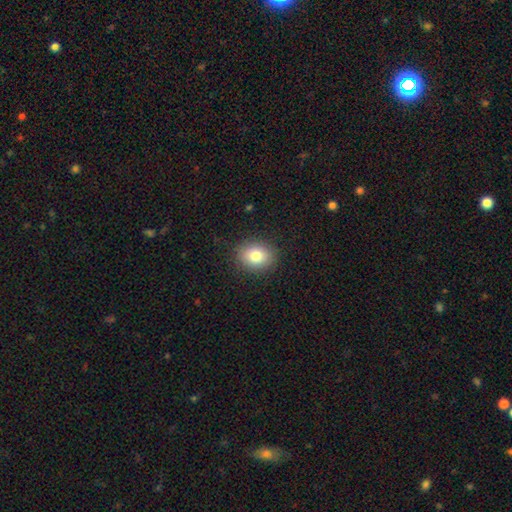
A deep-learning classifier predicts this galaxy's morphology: Smooth or featured? Predicted: smooth (p=0.80). How rounded? Predicted: round (p=0.58). Merging? Predicted: none (p=0.88).